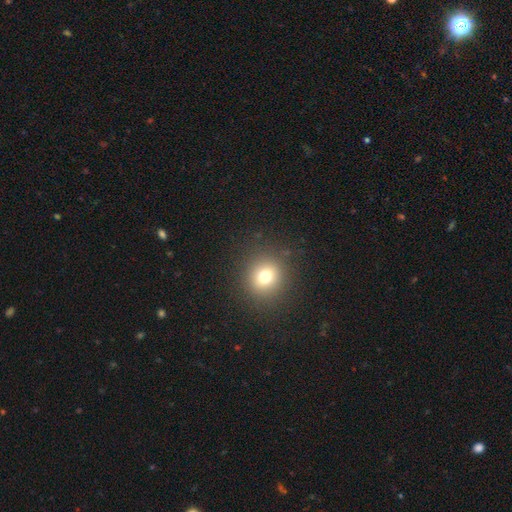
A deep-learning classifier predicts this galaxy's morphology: Smooth or featured?
  - smooth: 67% *
  - star or artifact: 26%
  - featured or disk: 6%
How rounded?
  - round: 91% *
  - in between: 8%
  - cigar-shaped: 1%
Merging?
  - none: 92% *
  - minor disturbance: 5%
  - major disturbance: 2%
  - merger: 1%